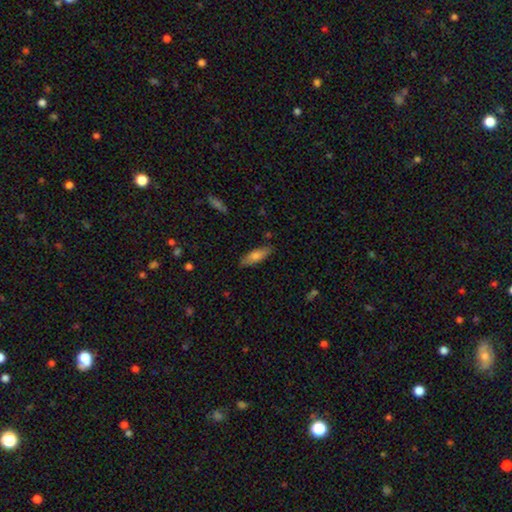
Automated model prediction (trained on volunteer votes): Q: Smooth or featured?
A: smooth (69%); runner-up: featured or disk (24%)
Q: How rounded?
A: cigar-shaped (50%); runner-up: in between (48%)
Q: Merging?
A: none (83%); runner-up: minor disturbance (13%)